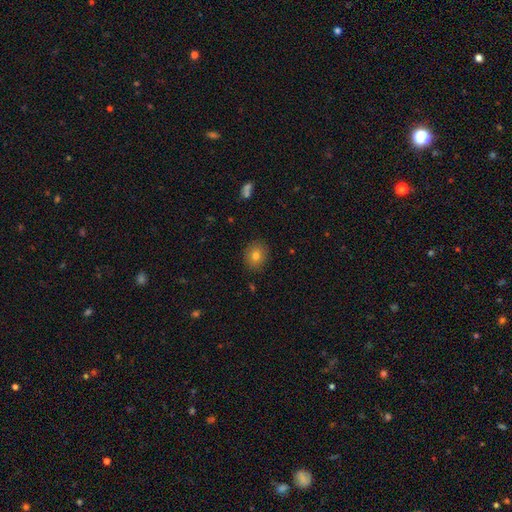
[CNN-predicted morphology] type=smooth (78%); roundness=round (64%); merging=none (88%).